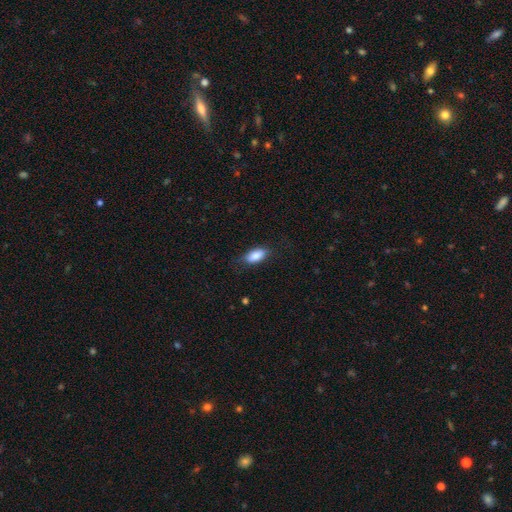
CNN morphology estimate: Q: Smooth or featured?
A: smooth (85%); runner-up: featured or disk (9%)
Q: How rounded?
A: in between (89%); runner-up: cigar-shaped (8%)
Q: Merging?
A: none (75%); runner-up: minor disturbance (18%)